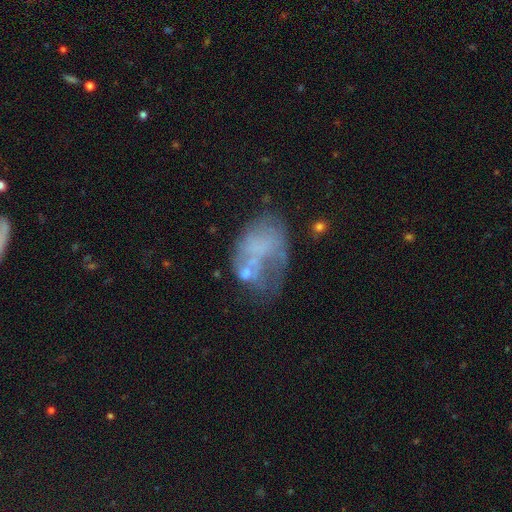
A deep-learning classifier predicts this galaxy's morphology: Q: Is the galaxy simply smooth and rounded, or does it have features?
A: featured or disk — 48%.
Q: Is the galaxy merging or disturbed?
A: none — 31%.